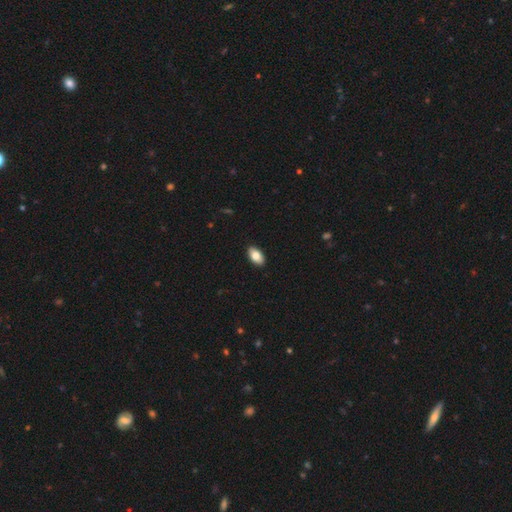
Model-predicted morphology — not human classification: A smooth galaxy with no disk features (82%) that is in between round and cigar-shaped (93%).

Vote fractions:
- Smooth or featured? smooth: 82% / featured or disk: 12% / star or artifact: 7%
- How rounded? in between: 93% / round: 4% / cigar-shaped: 3%
- Merging? none: 90% / minor disturbance: 7% / major disturbance: 2% / merger: 1%